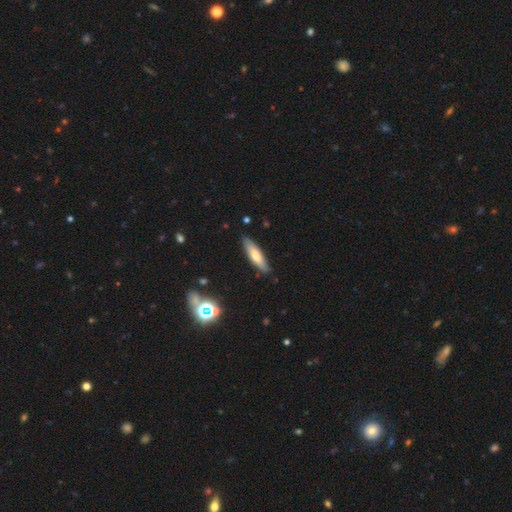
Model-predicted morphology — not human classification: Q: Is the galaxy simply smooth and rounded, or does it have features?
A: smooth — 68%.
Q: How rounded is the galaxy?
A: cigar-shaped — 66%.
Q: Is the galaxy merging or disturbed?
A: none — 86%.